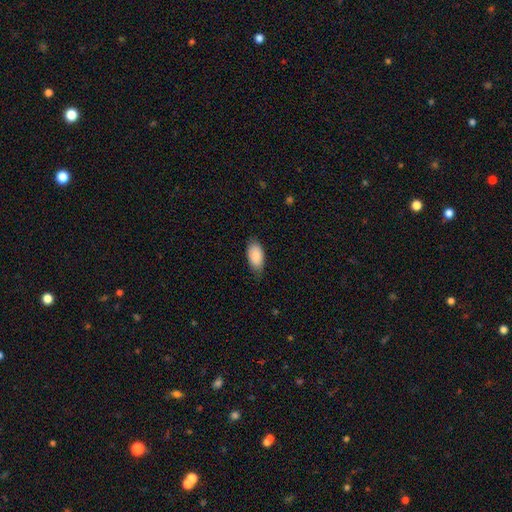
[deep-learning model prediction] Smooth or featured: smooth — 87% (featured or disk — 7%)
How rounded: in between — 93% (cigar-shaped — 4%)
Merging: none — 72% (minor disturbance — 23%)